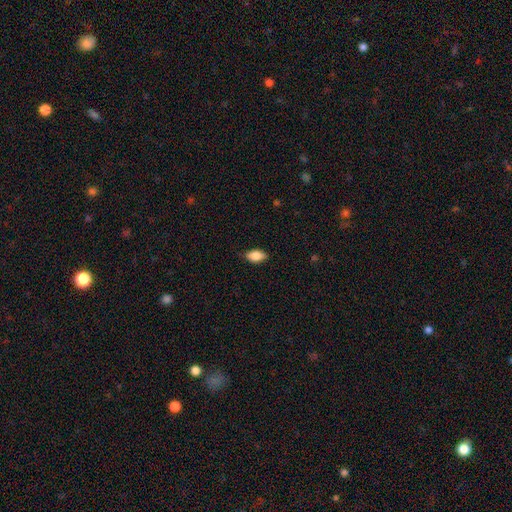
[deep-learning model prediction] Overall: smooth (86%). How rounded: in between (91%). Merging: none (82%).